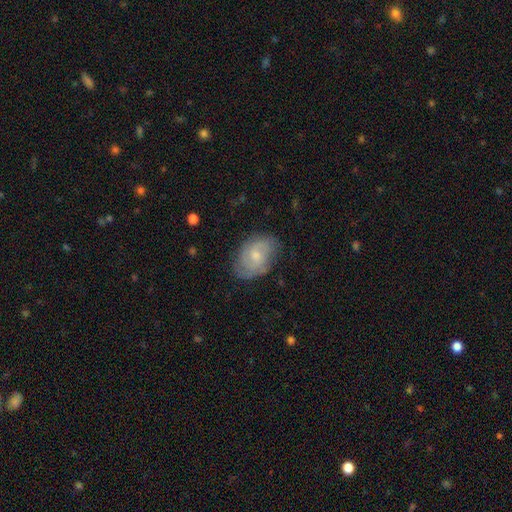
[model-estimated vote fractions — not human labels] A featured or disk galaxy (60%) with no bar (64%), spiral arms (86%) and a small central bulge (53%).

Vote fractions:
- Smooth or featured? featured or disk: 60% / smooth: 33% / star or artifact: 7%
- Edge-on disk? no: 96% / yes: 4%
- Bar? no: 64% / weak: 32% / strong: 4%
- Spiral arms? yes: 86% / no: 14%
- Bulge size? small: 53% / moderate: 40% / none: 4% / large: 2% / dominant: 1%
- Merging? none: 72% / minor disturbance: 21% / major disturbance: 6% / merger: 1%